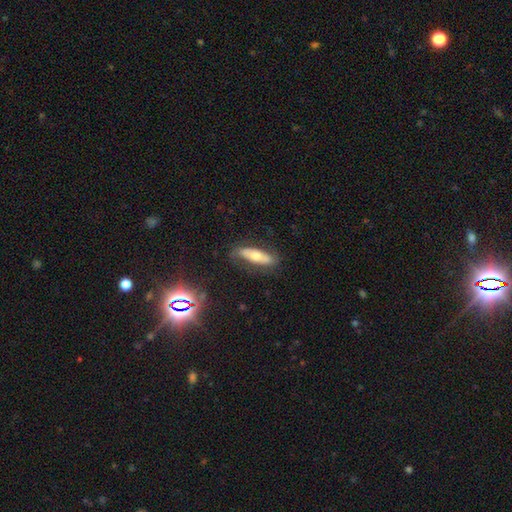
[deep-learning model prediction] Morphology: type=smooth (47%); merging=none (75%).